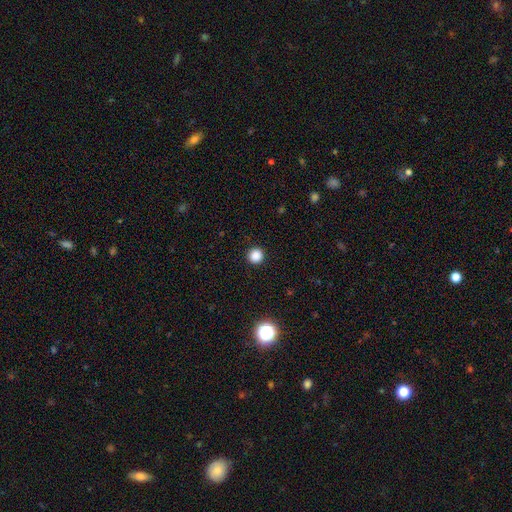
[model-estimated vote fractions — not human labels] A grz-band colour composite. It shows a smooth galaxy with no disk features (86%) that is round (95%). Merging: none (93%).